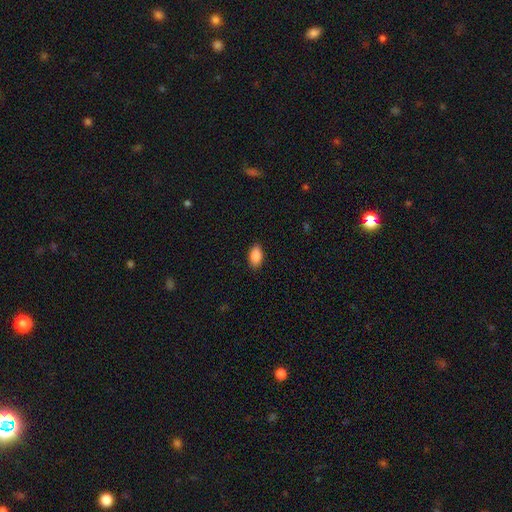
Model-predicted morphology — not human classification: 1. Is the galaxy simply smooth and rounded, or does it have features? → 89% smooth, 7% star or artifact, 4% featured or disk.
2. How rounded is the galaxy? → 92% in between, 5% round, 3% cigar-shaped.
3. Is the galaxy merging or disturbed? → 87% none, 10% minor disturbance, 2% major disturbance, 1% merger.